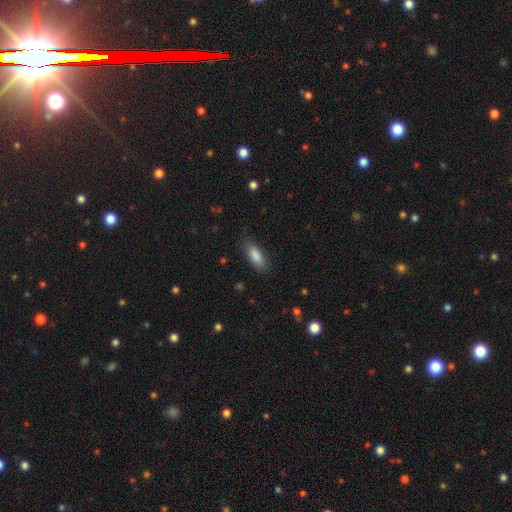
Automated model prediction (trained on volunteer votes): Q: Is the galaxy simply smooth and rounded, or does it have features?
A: smooth — 87%.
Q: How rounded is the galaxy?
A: in between — 79%.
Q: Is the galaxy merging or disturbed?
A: none — 83%.